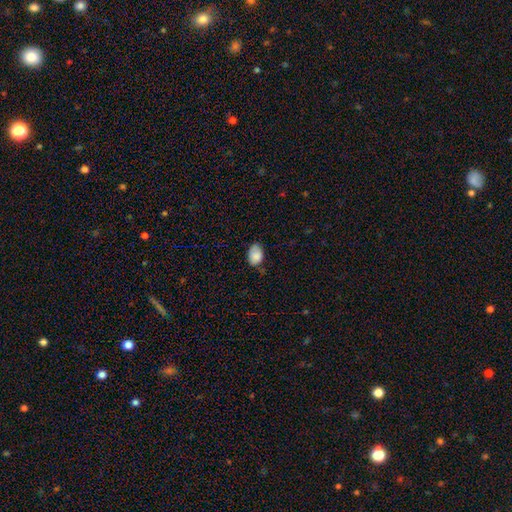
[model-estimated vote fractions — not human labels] Smooth or featured?
  - smooth: 85% *
  - star or artifact: 7%
  - featured or disk: 7%
How rounded?
  - in between: 84% *
  - round: 15%
  - cigar-shaped: 1%
Merging?
  - none: 60% *
  - minor disturbance: 32%
  - major disturbance: 6%
  - merger: 2%